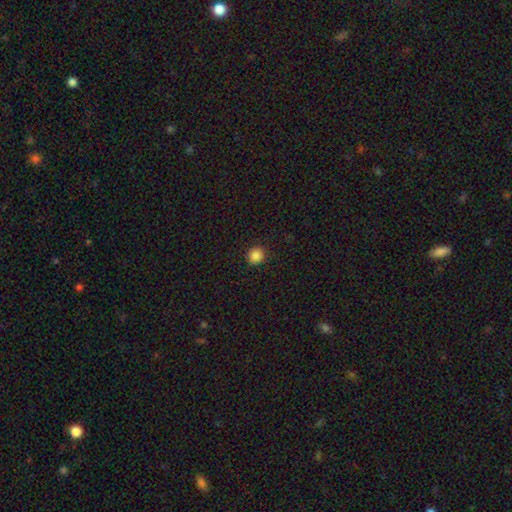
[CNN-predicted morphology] Smooth or featured?
  - smooth: 86% *
  - star or artifact: 11%
  - featured or disk: 3%
How rounded?
  - round: 93% *
  - in between: 6%
  - cigar-shaped: 1%
Merging?
  - none: 91% *
  - minor disturbance: 6%
  - major disturbance: 2%
  - merger: 1%